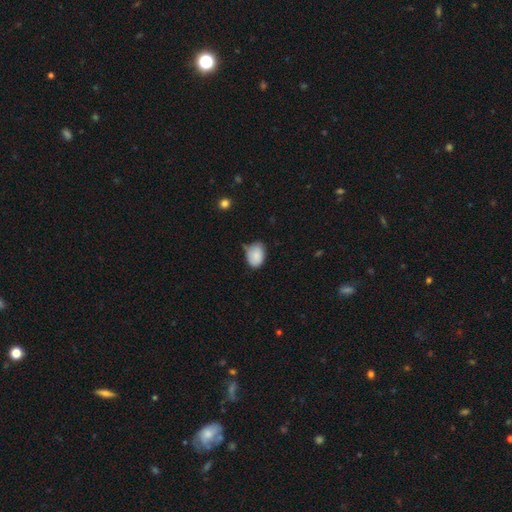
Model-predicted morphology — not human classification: This is clearly a smooth galaxy (86%). How rounded: likely in between (77%). Merging: possibly none (55%).